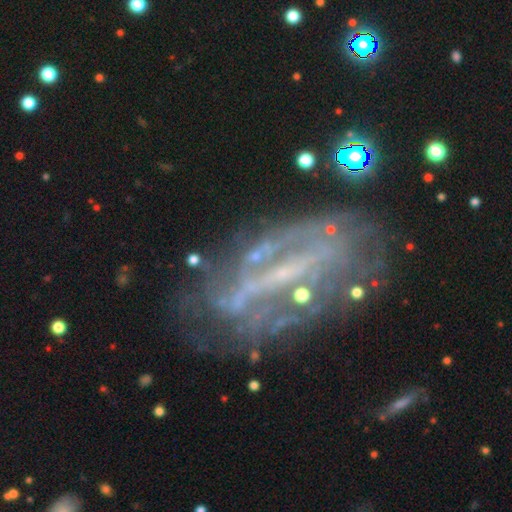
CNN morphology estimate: Overall: featured or disk (61%; star or artifact 25%). Edge-on disk: no (90%). Bar: no (39%; strong 36%). Spiral arms: yes (68%; no 32%). Bulge size: small (49%; moderate 24%). Merging: none (52%; major disturbance 20%).